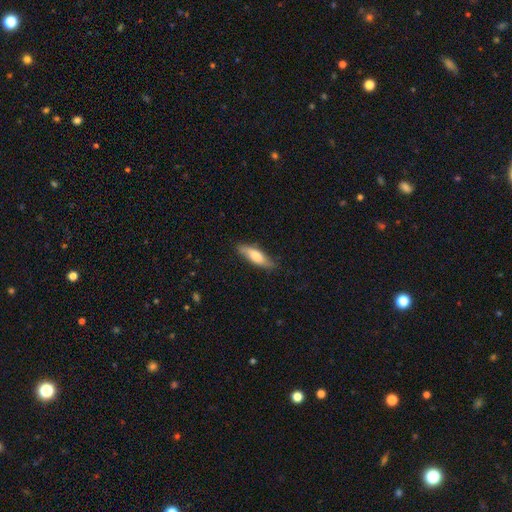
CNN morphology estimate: Smooth or featured? smooth (68%)
How rounded? cigar-shaped (55%)
Merging? none (79%)